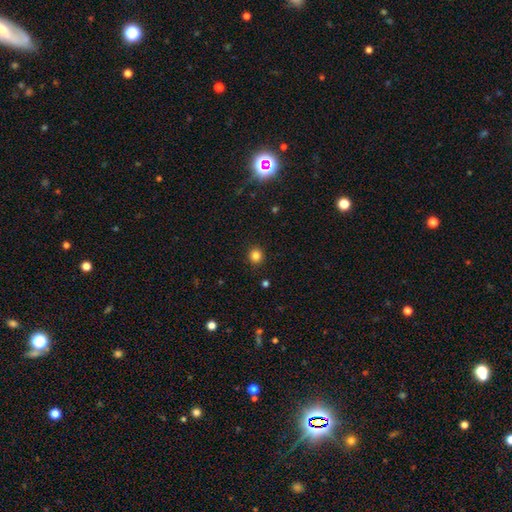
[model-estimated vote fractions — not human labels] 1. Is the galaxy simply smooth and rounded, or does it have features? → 84% smooth, 12% star or artifact, 4% featured or disk.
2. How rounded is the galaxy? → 93% round, 6% in between, 1% cigar-shaped.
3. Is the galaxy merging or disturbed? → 92% none, 5% minor disturbance, 2% major disturbance, 1% merger.